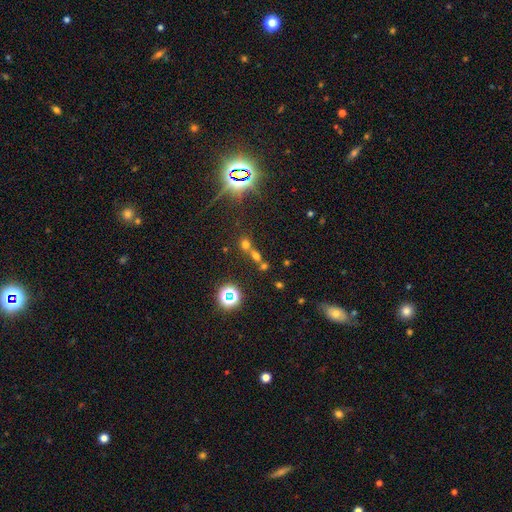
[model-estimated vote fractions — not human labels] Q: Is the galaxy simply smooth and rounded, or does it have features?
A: smooth — 45%.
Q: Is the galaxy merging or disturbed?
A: merger — 51%.